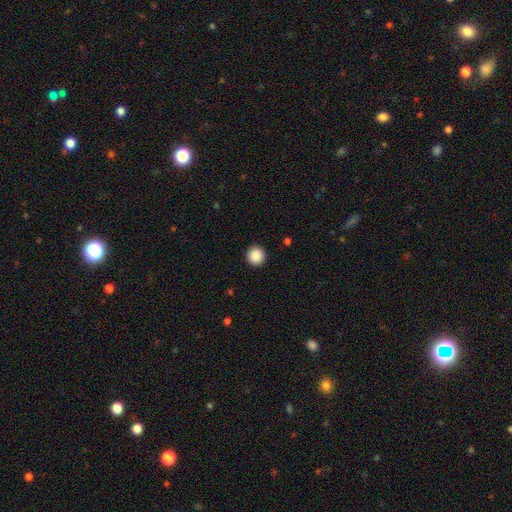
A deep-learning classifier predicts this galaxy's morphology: Overall: smooth (89%). How rounded: round (94%). Merging: none (92%).